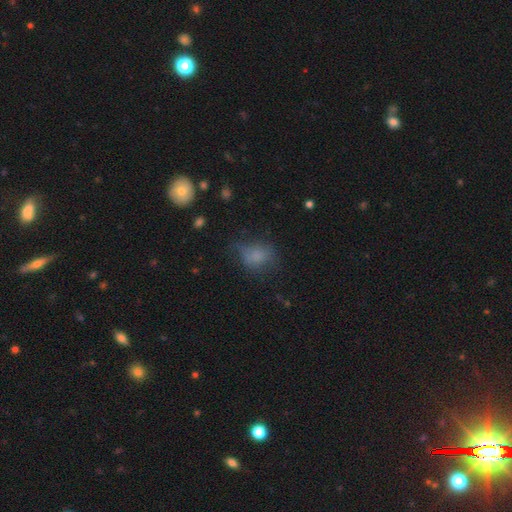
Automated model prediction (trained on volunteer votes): A smooth galaxy with no disk features (72%) that is in between round and cigar-shaped (52%).

Vote fractions:
- Smooth or featured? smooth: 72% / star or artifact: 15% / featured or disk: 13%
- How rounded? in between: 52% / round: 46% / cigar-shaped: 2%
- Merging? none: 50% / minor disturbance: 29% / major disturbance: 20% / merger: 2%